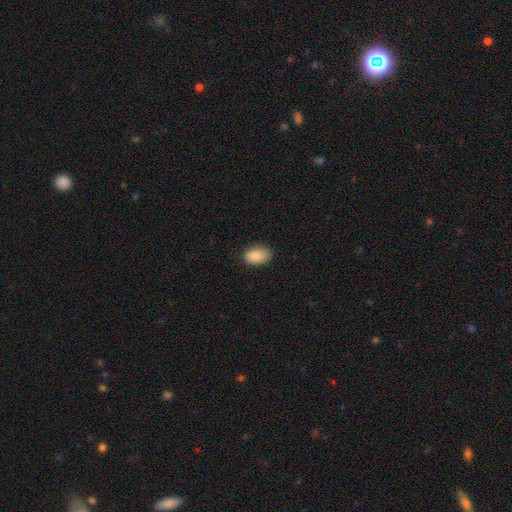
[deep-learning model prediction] A smooth galaxy with no disk features (88%) that is in between round and cigar-shaped (90%).

Vote fractions:
- Smooth or featured? smooth: 88% / star or artifact: 7% / featured or disk: 5%
- How rounded? in between: 90% / round: 8% / cigar-shaped: 1%
- Merging? none: 81% / minor disturbance: 16% / major disturbance: 3% / merger: 1%